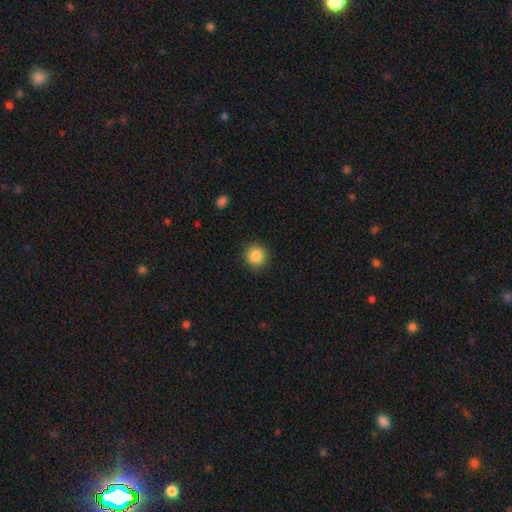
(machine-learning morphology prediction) A smooth galaxy with no disk features (86%) that is round (93%).

Vote fractions:
- Smooth or featured? smooth: 86% / star or artifact: 9% / featured or disk: 5%
- How rounded? round: 93% / in between: 6% / cigar-shaped: 1%
- Merging? none: 90% / minor disturbance: 7% / major disturbance: 2% / merger: 1%